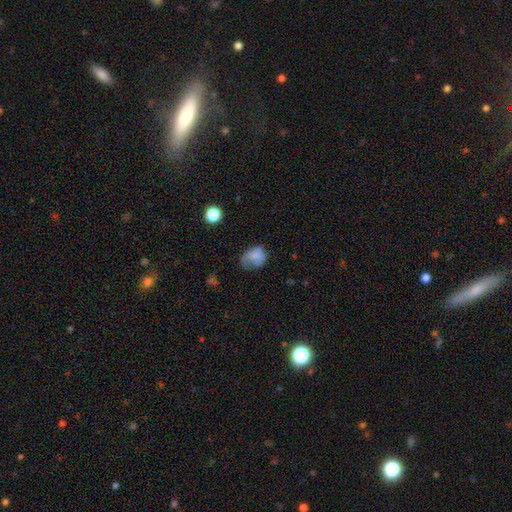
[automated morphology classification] smooth 69%, featured or disk 20%, star or artifact 11%. Down the decision tree: how rounded — in between (54%); merging — none (37%).